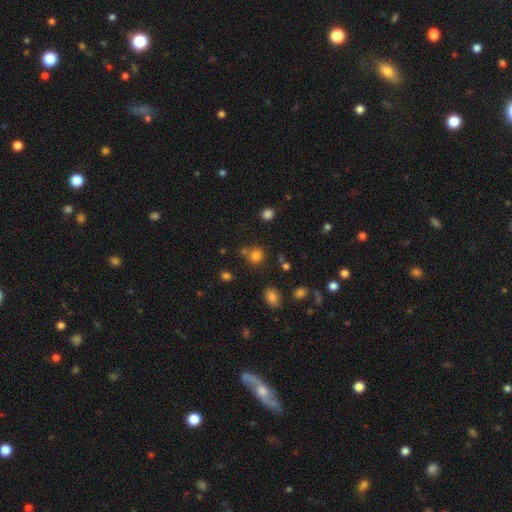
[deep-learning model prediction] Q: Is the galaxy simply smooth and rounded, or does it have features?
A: smooth — 78%.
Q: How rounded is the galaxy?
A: round — 87%.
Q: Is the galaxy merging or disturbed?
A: none — 67%.